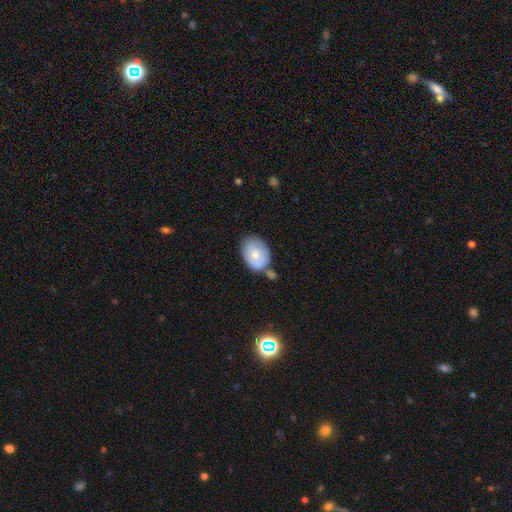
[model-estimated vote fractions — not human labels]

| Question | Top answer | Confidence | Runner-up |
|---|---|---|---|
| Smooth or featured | smooth | 72% | featured or disk (21%) |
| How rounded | in between | 72% | round (27%) |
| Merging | none | 55% | minor disturbance (24%) |